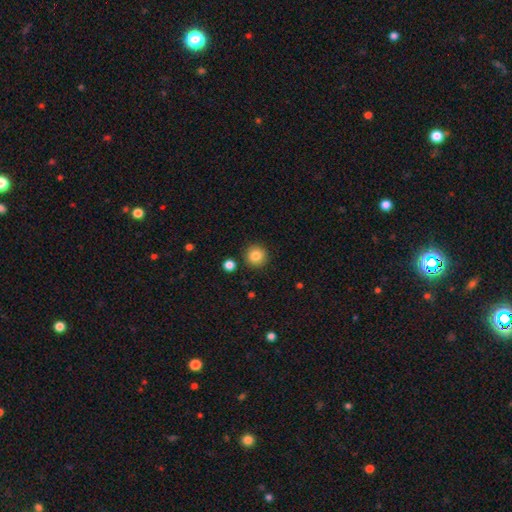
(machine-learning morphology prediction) This appears to be a smooth galaxy with no disk features (84%) that is round (94%). Merging: none (90%).